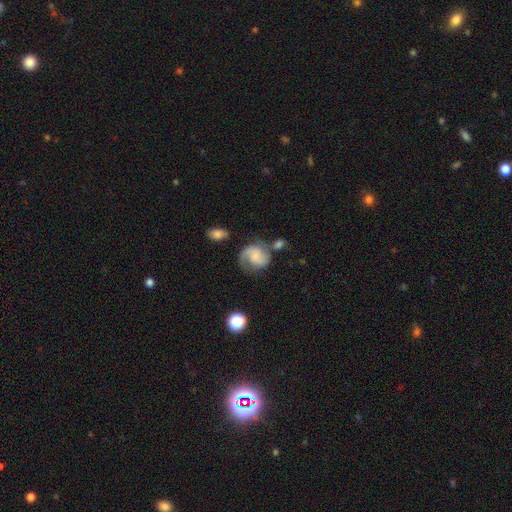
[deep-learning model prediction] Smooth or featured? Predicted: featured or disk (p=0.61). Edge-on disk? Predicted: no (p=0.98). Bar? Predicted: no (p=0.65). Spiral arms? Predicted: yes (p=0.91). Spiral winding? Predicted: medium (p=0.43). Spiral arm count? Predicted: 2 (p=0.61). Bulge size? Predicted: none (p=0.34). Merging? Predicted: none (p=0.49).